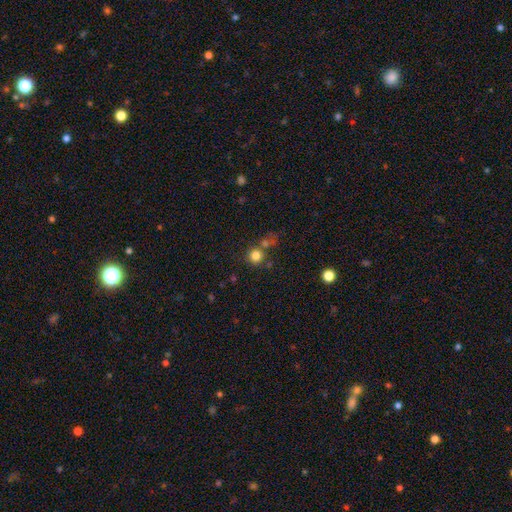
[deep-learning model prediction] Smooth or featured? smooth (80%)
How rounded? round (92%)
Merging? none (66%)